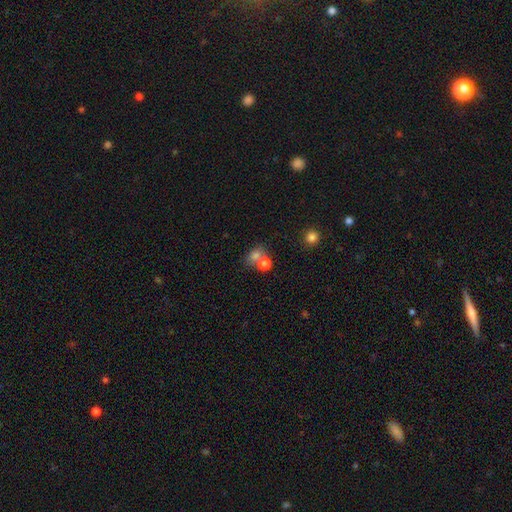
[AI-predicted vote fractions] smooth-or-featured: smooth: 72% | star or artifact: 16% | featured or disk: 12%
  how-rounded: in between: 50% | round: 48% | cigar-shaped: 2%
  merging: none: 45% | merger: 38% | minor disturbance: 11% | major disturbance: 6%